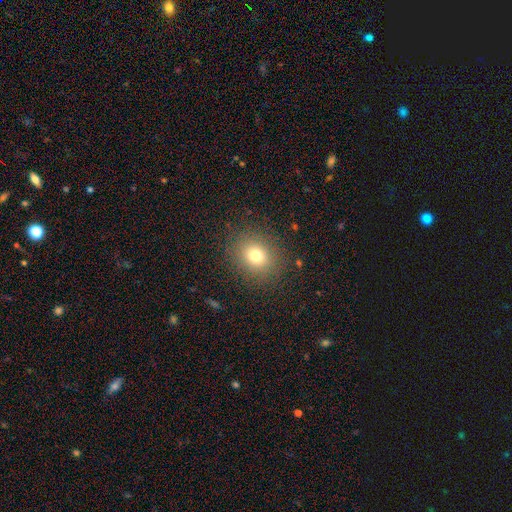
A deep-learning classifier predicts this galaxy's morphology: smooth 76%, star or artifact 14%, featured or disk 10%. Down the decision tree: how rounded — round (66%); merging — none (87%).